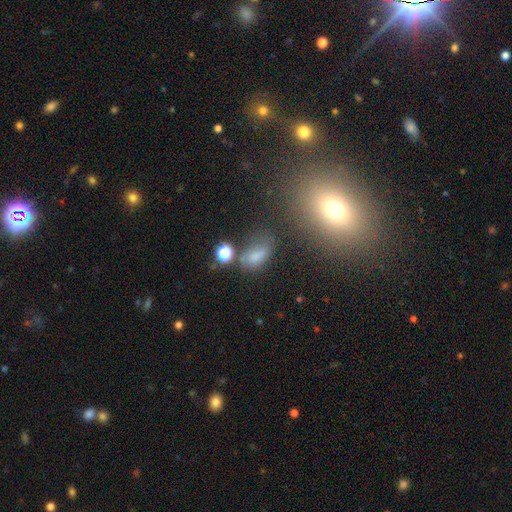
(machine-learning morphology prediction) Q: Smooth or featured?
A: smooth (70%); runner-up: star or artifact (18%)
Q: How rounded?
A: in between (82%); runner-up: round (13%)
Q: Merging?
A: none (42%); runner-up: minor disturbance (25%)